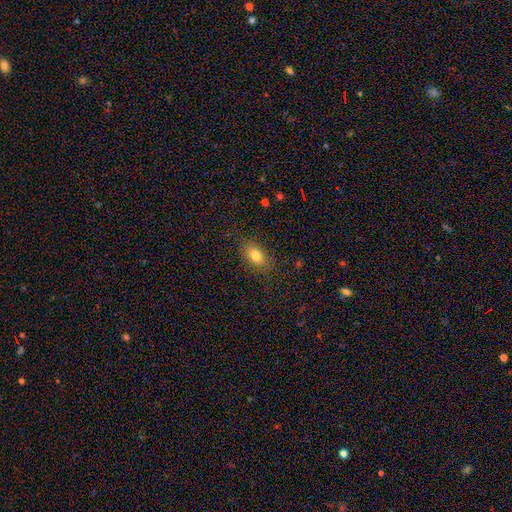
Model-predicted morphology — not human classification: Overall: smooth (80%). How rounded: in between (86%). Merging: none (83%).